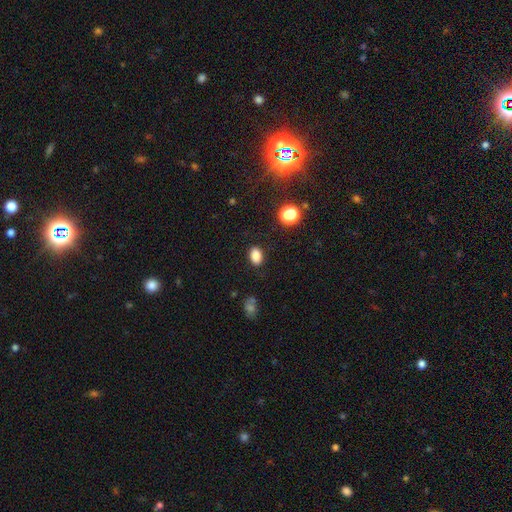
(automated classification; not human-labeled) A smooth galaxy with no disk features (85%) that is in between round and cigar-shaped (81%). Merging: none (87%).